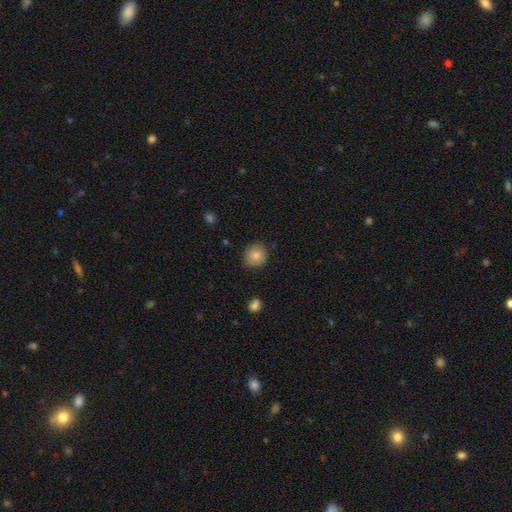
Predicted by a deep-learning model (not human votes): Smooth or featured? smooth (83%)
How rounded? round (85%)
Merging? none (84%)